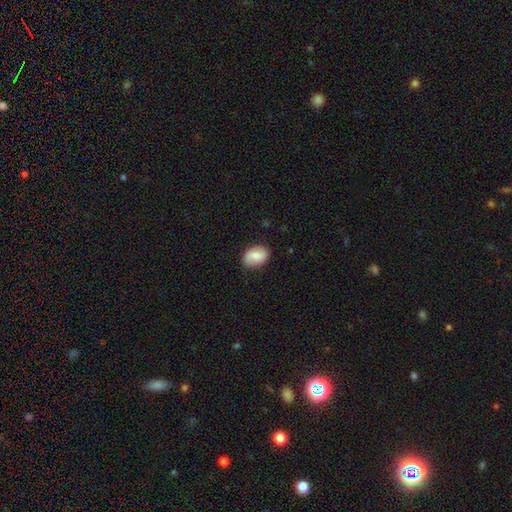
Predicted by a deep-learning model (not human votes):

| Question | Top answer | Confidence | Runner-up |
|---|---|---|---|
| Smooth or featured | smooth | 75% | featured or disk (18%) |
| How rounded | in between | 74% | round (25%) |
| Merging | none | 79% | minor disturbance (17%) |